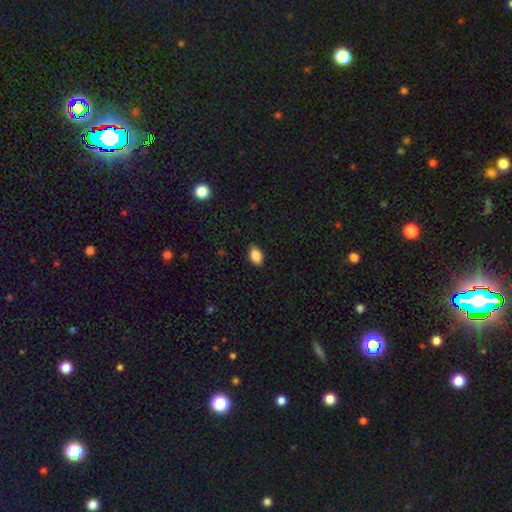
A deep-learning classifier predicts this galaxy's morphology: smooth_or_featured: smooth (p=0.86) [alt: star or artifact p=0.08]
how_rounded: in between (p=0.89) [alt: round p=0.09]
merging: none (p=0.87) [alt: minor disturbance p=0.10]